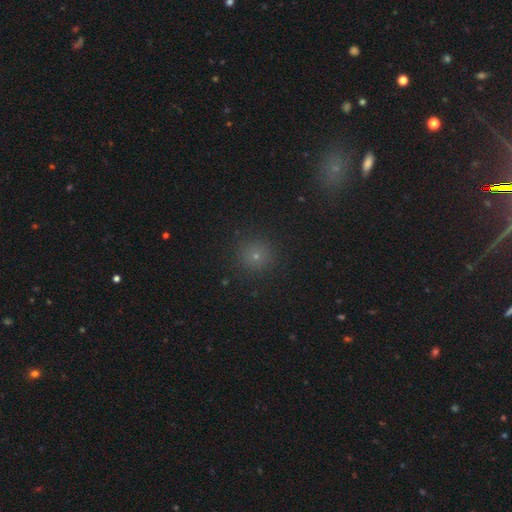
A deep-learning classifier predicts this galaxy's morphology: smooth_or_featured: smooth (p=0.70) [alt: star or artifact p=0.22]
how_rounded: round (p=0.93) [alt: in between p=0.06]
merging: none (p=0.90) [alt: minor disturbance p=0.06]